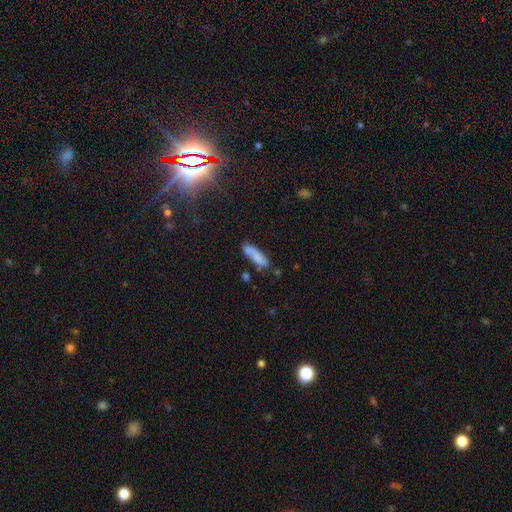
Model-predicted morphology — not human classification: smooth-or-featured: smooth: 74% | featured or disk: 19% | star or artifact: 7%
  how-rounded: cigar-shaped: 59% | in between: 39% | round: 2%
  merging: none: 63% | minor disturbance: 22% | merger: 9% | major disturbance: 6%